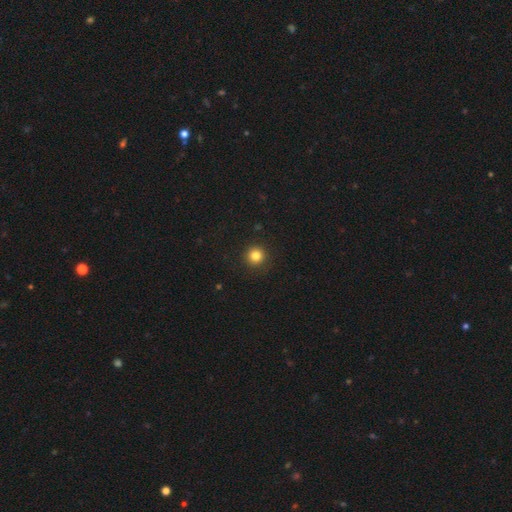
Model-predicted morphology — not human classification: smooth_or_featured: smooth (p=0.83) [alt: star or artifact p=0.12]
how_rounded: round (p=0.95) [alt: in between p=0.04]
merging: none (p=0.92) [alt: minor disturbance p=0.05]